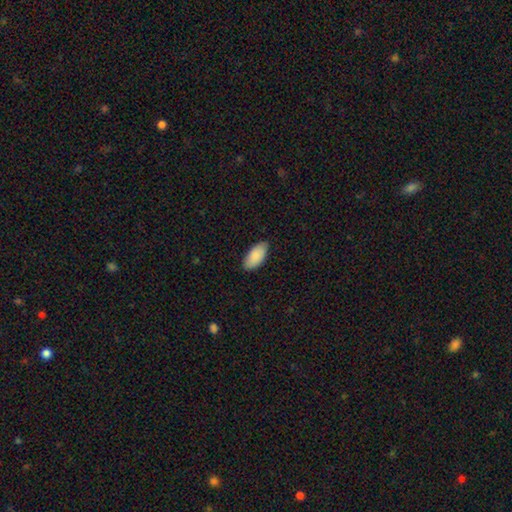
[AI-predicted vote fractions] Q: Smooth or featured?
A: smooth (88%); runner-up: featured or disk (6%)
Q: How rounded?
A: in between (94%); runner-up: cigar-shaped (4%)
Q: Merging?
A: none (84%); runner-up: minor disturbance (13%)